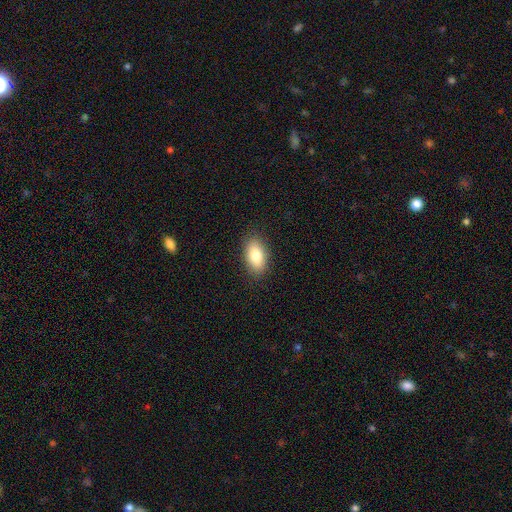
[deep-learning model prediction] smooth_or_featured: smooth (p=0.81) [alt: featured or disk p=0.12]
how_rounded: in between (p=0.90) [alt: round p=0.05]
merging: none (p=0.88) [alt: minor disturbance p=0.09]